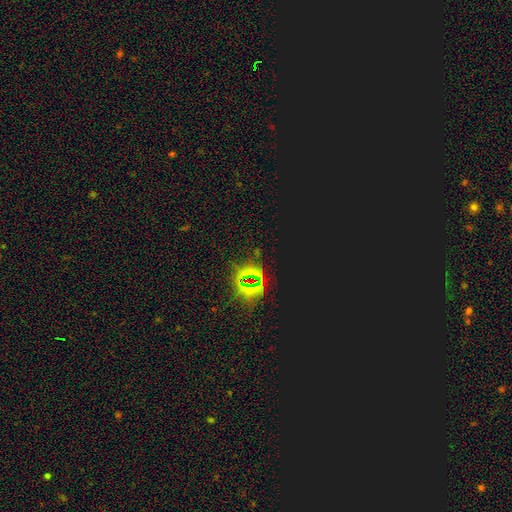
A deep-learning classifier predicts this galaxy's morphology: A star or artifact, not a galaxy (78%).

Vote fractions:
- Smooth or featured? star or artifact: 78% / smooth: 12% / featured or disk: 10%